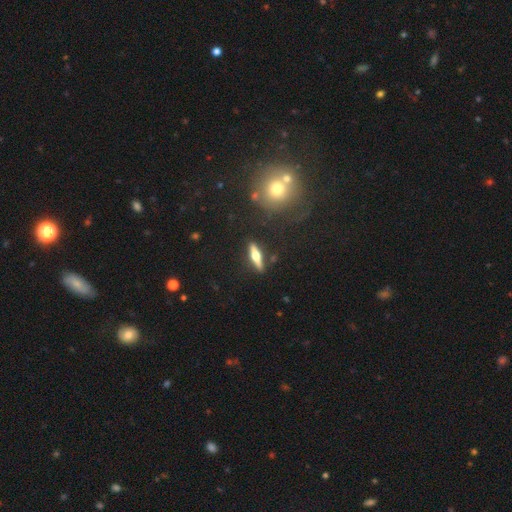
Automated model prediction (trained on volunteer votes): Smooth or featured: featured or disk — 62% (smooth — 31%)
Edge-on disk: yes — 95% (no — 5%)
Edge-on bulge: rounded — 95% (boxy — 3%)
Merging: none — 88% (minor disturbance — 8%)